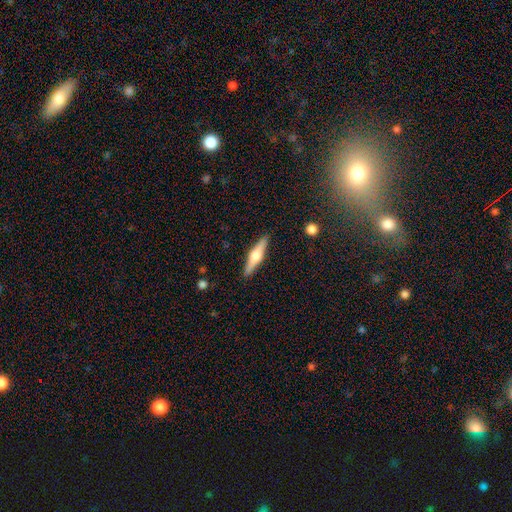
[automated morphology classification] A featured or disk galaxy (60%) viewed edge-on (97%) with a rounded central bulge (92%).

Vote fractions:
- Smooth or featured? featured or disk: 60% / smooth: 34% / star or artifact: 5%
- Edge-on disk? yes: 97% / no: 3%
- Edge-on bulge? rounded: 92% / boxy: 6% / none: 3%
- Merging? none: 90% / minor disturbance: 7% / major disturbance: 2% / merger: 1%